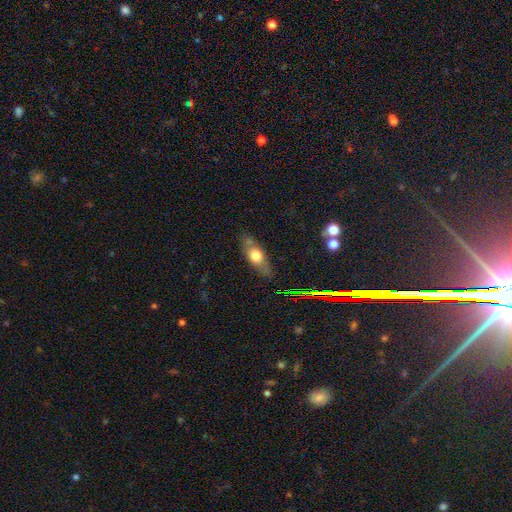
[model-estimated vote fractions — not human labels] Smooth or featured?
  - smooth: 55% *
  - featured or disk: 35%
  - star or artifact: 10%
How rounded?
  - in between: 58% *
  - cigar-shaped: 34%
  - round: 8%
Merging?
  - none: 76% *
  - minor disturbance: 17%
  - major disturbance: 5%
  - merger: 3%